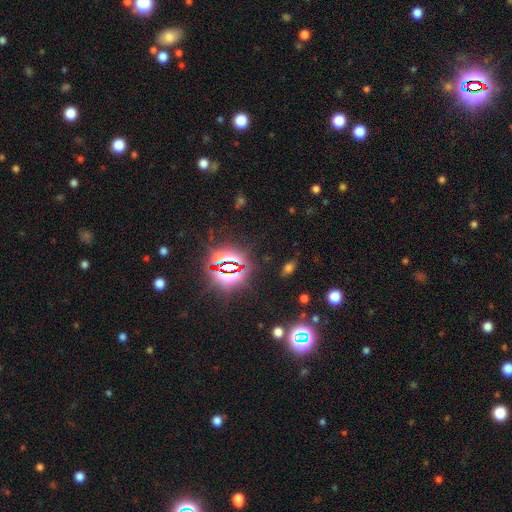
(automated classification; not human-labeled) Q: Smooth or featured?
A: star or artifact (83%); runner-up: smooth (10%)